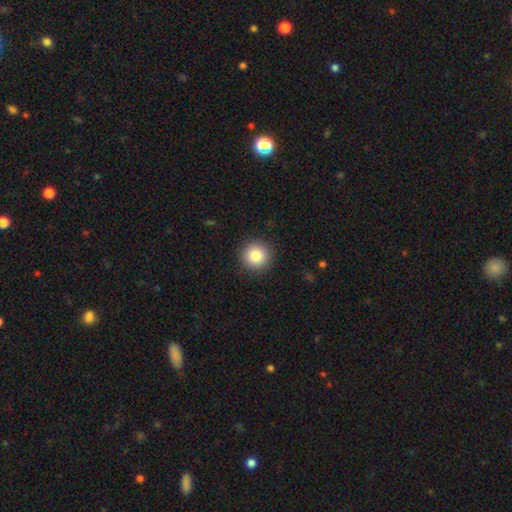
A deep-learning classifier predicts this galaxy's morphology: smooth 84%, star or artifact 10%, featured or disk 7%. Down the decision tree: how rounded — round (95%); merging — none (91%).